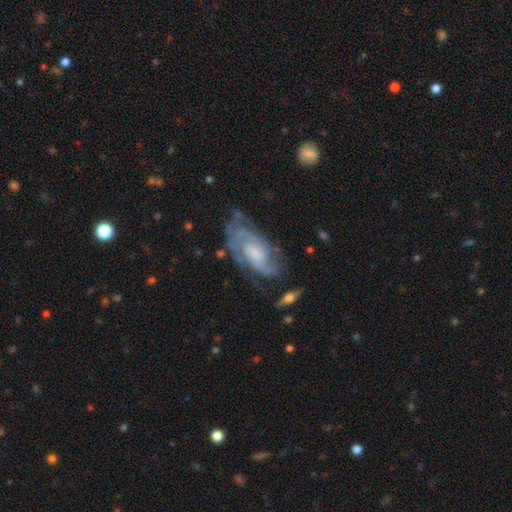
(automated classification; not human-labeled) Smooth or featured: featured or disk — 79% (smooth — 14%)
Edge-on disk: no — 94% (yes — 6%)
Bar: no — 57% (weak — 36%)
Spiral arms: yes — 92% (no — 8%)
Spiral winding: tight — 48% (medium — 40%)
Spiral arm count: 2 — 49% (can't tell — 28%)
Bulge size: small — 37% (moderate — 33%)
Merging: none — 63% (minor disturbance — 22%)